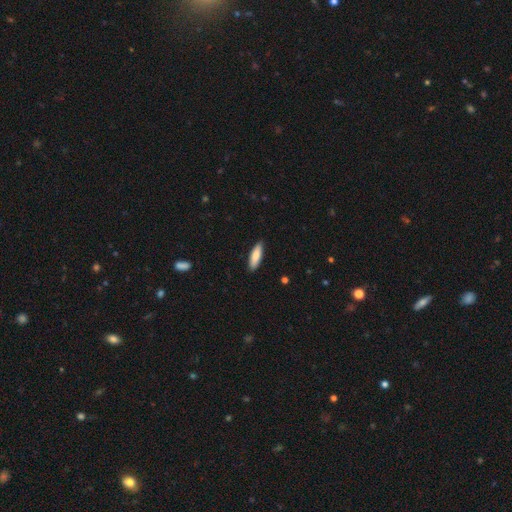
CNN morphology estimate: Smooth or featured? smooth (82%)
How rounded? cigar-shaped (53%)
Merging? none (88%)